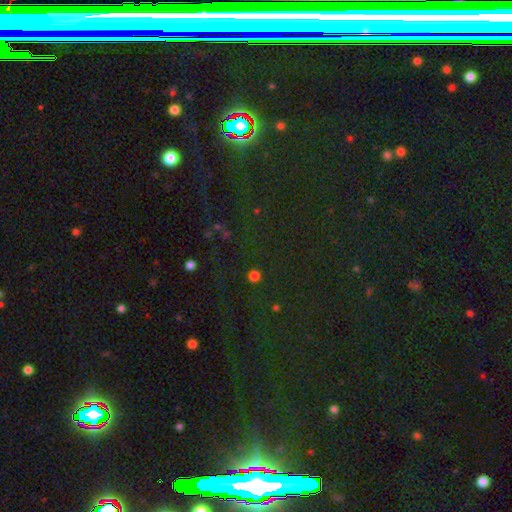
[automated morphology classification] type=star or artifact (77%).